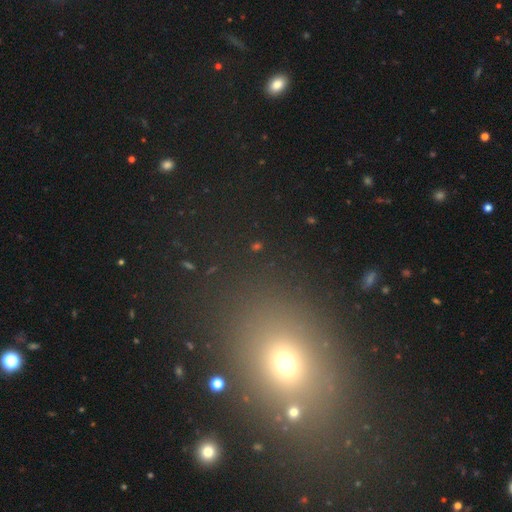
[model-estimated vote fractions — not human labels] Smooth or featured?
  - smooth: 56% *
  - star or artifact: 34%
  - featured or disk: 10%
How rounded?
  - in between: 53% *
  - round: 45%
  - cigar-shaped: 2%
Merging?
  - none: 80% *
  - minor disturbance: 9%
  - major disturbance: 6%
  - merger: 5%